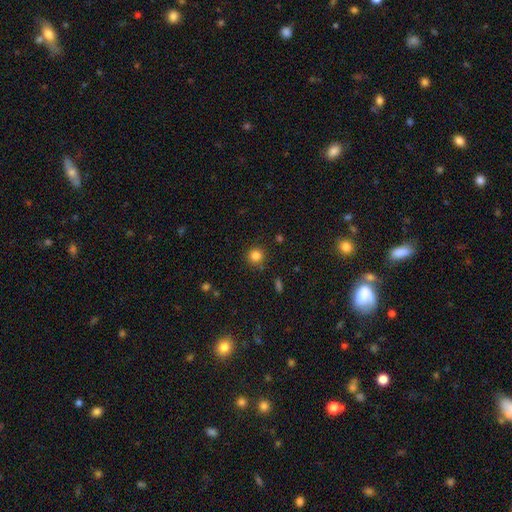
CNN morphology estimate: Overall: smooth (83%). How rounded: round (92%). Merging: none (86%).